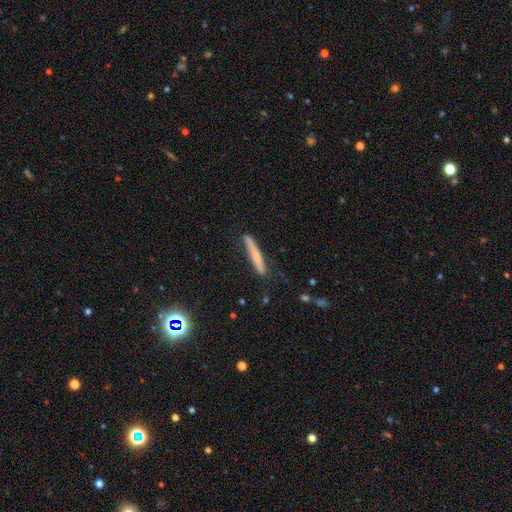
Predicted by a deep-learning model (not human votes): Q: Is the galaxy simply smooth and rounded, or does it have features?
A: smooth — 60%.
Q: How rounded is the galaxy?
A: cigar-shaped — 96%.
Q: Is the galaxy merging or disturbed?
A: none — 77%.